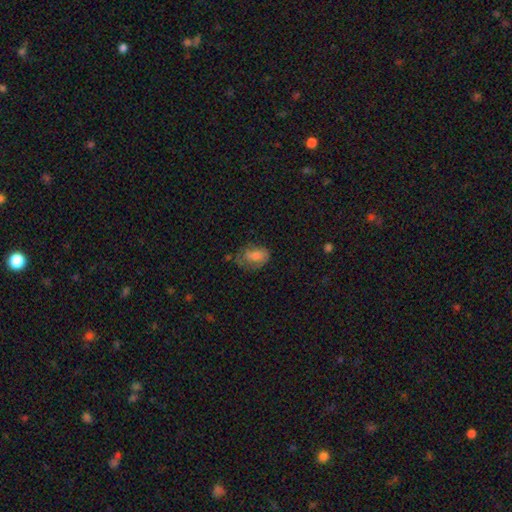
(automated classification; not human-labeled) Overall: smooth (58%; featured or disk 30%). How rounded: in between (82%). Merging: none (50%; minor disturbance 30%).